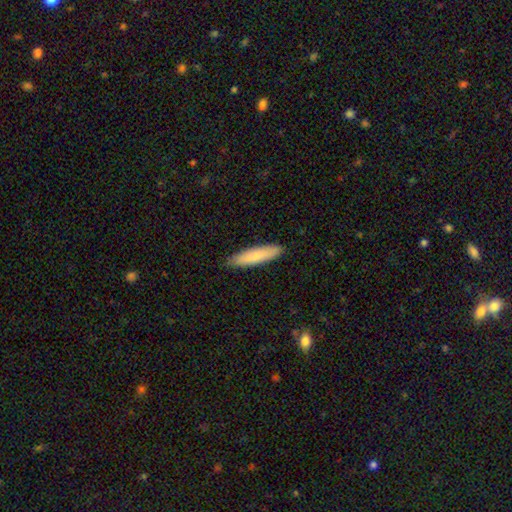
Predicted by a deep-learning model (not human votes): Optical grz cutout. It shows a smooth galaxy with no disk features (82%) that is cigar-shaped (82%). Merging: none (89%).